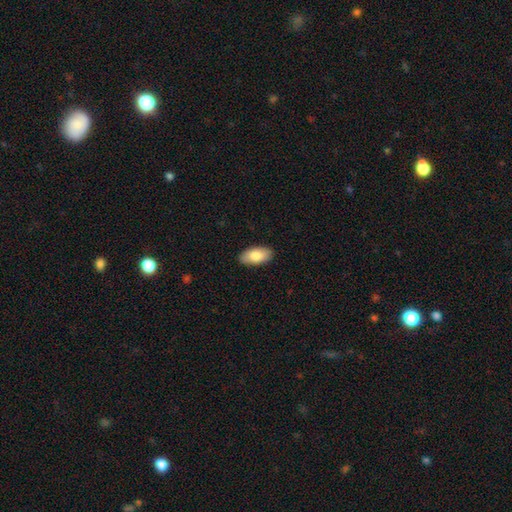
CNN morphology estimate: Smooth or featured? Predicted: smooth (p=0.82). How rounded? Predicted: in between (p=0.94). Merging? Predicted: none (p=0.89).